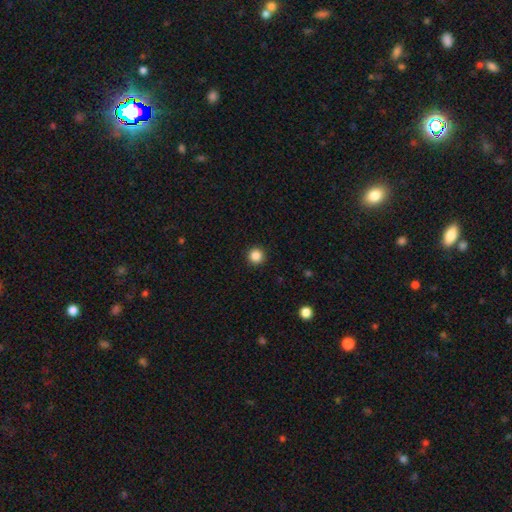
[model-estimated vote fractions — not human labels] Smooth or featured? smooth (86%)
How rounded? round (96%)
Merging? none (93%)